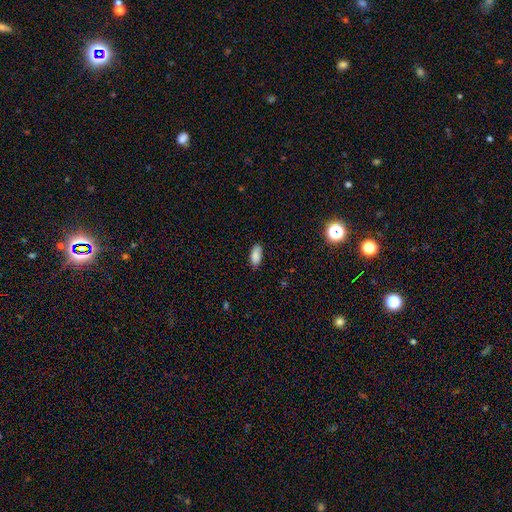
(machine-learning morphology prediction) This is clearly a smooth galaxy (85%). How rounded: clearly in between (90%). Merging: clearly none (80%).